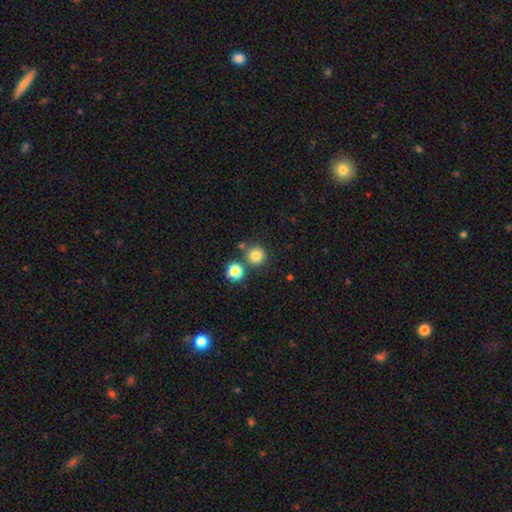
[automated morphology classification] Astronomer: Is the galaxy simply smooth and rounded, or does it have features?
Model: smooth — 79%.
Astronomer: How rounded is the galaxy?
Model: round — 94%.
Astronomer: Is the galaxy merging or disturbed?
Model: none — 77%.